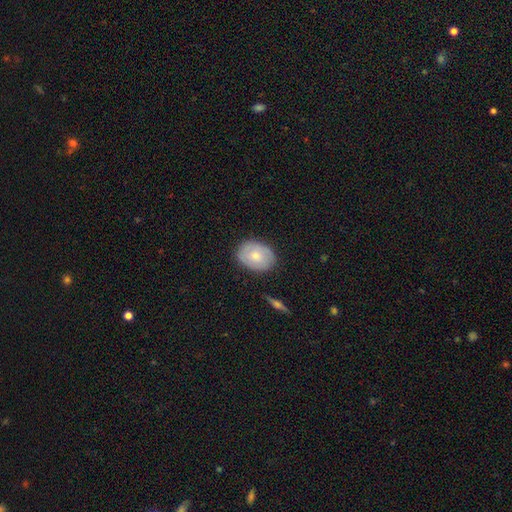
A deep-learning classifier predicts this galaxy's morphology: Smooth or featured? smooth (57%)
How rounded? in between (69%)
Merging? none (82%)